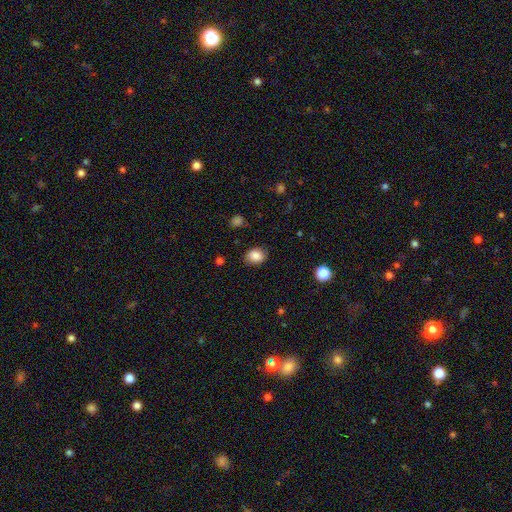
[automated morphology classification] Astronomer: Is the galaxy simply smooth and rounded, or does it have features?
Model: smooth — 86%.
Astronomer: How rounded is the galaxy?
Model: in between — 57% (runner-up: round, 42%).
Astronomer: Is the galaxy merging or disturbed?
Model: none — 82%.